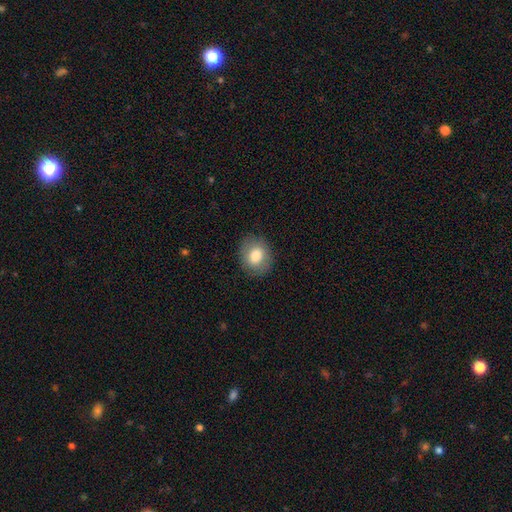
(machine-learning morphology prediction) A smooth galaxy with no disk features (78%) that is round (59%).

Vote fractions:
- Smooth or featured? smooth: 78% / featured or disk: 14% / star or artifact: 8%
- How rounded? round: 59% / in between: 40% / cigar-shaped: 1%
- Merging? none: 86% / minor disturbance: 10% / major disturbance: 3% / merger: 1%